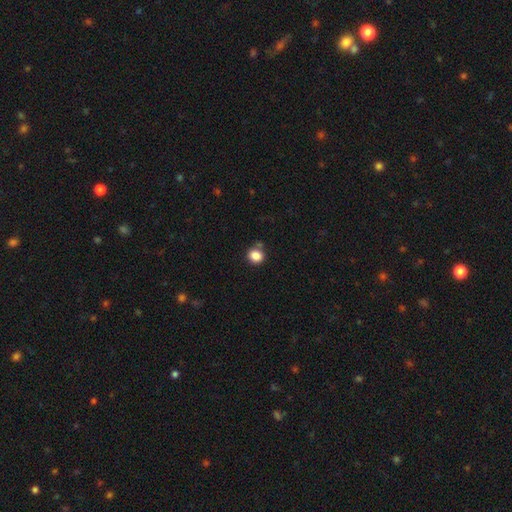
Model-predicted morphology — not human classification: smooth 85%, star or artifact 10%, featured or disk 4%. Down the decision tree: how rounded — round (73%); merging — none (74%).